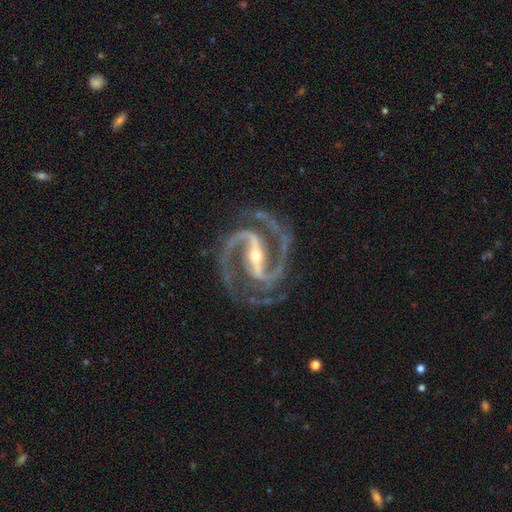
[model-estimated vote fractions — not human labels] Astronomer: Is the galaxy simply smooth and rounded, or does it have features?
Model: featured or disk — 95%.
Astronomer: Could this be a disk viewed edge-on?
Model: no — 98%.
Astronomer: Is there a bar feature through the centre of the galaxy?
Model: strong — 76%.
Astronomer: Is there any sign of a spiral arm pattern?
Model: yes — 99%.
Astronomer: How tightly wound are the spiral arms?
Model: medium — 65%.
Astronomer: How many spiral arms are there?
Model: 2 — 92%.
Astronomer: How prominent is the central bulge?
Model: moderate — 51% (runner-up: small, 45%).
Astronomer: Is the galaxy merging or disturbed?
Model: none — 80%.